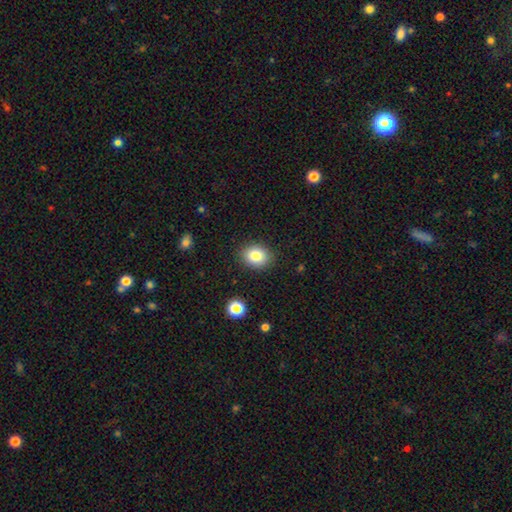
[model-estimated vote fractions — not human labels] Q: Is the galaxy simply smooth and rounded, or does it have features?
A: smooth — 83%.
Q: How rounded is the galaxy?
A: in between — 50%.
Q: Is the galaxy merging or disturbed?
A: none — 87%.